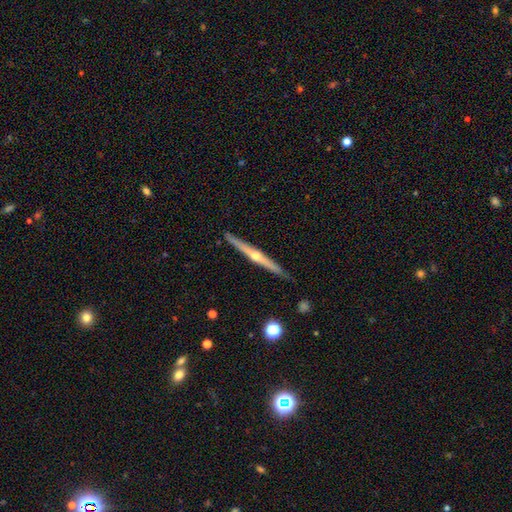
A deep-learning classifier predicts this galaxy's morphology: Overall: featured or disk (80%). Edge-on disk: yes (98%). Edge-on bulge: rounded (90%). Merging: none (90%).